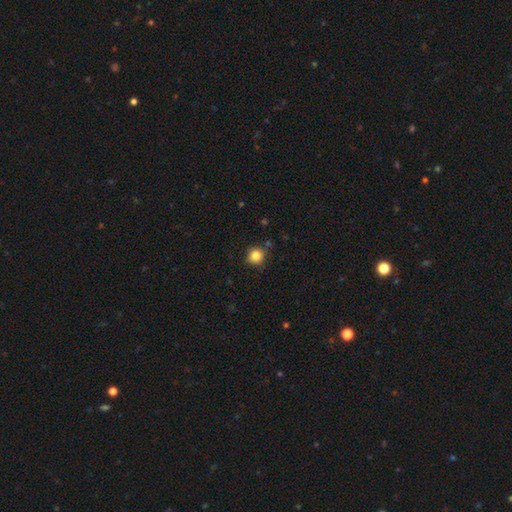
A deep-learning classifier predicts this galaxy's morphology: Q: Smooth or featured?
A: smooth (85%); runner-up: star or artifact (11%)
Q: How rounded?
A: round (93%); runner-up: in between (6%)
Q: Merging?
A: none (86%); runner-up: minor disturbance (9%)